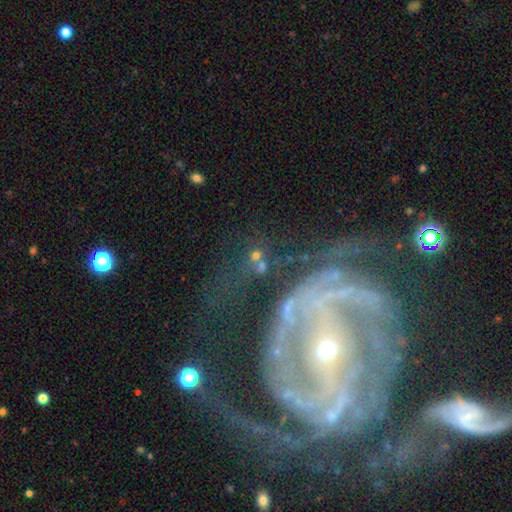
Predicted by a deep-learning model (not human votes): This appears to be a smooth galaxy with no disk features (44%). Merging: none (52%).